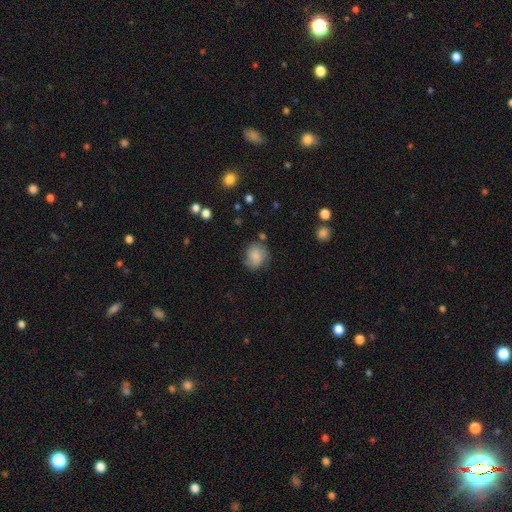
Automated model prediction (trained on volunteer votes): This appears to be a smooth galaxy with no disk features (81%) that is round (70%). Merging: none (69%).